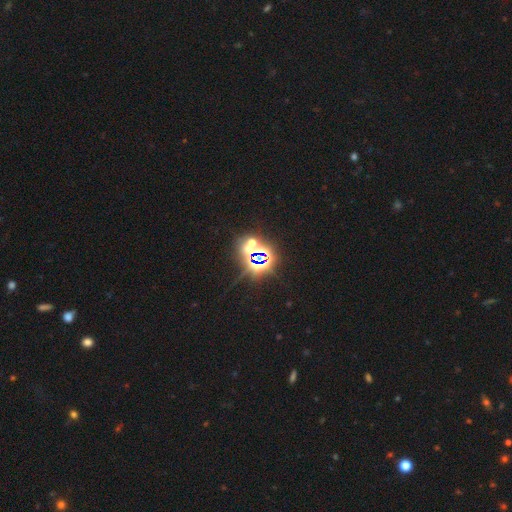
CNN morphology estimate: The model was most divided on "smooth or featured": star or artifact: 75%, smooth: 16%, featured or disk: 9%.